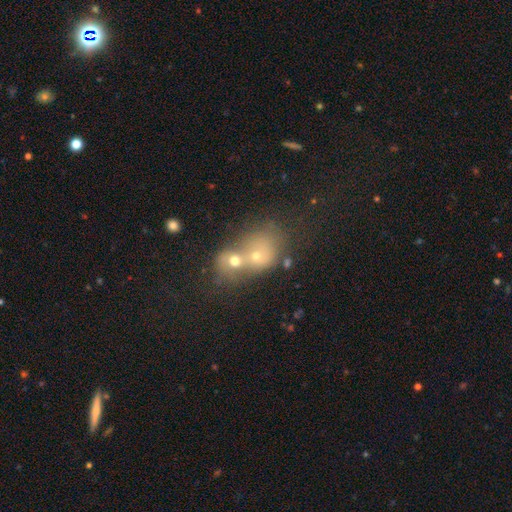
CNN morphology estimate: A smooth galaxy with no disk features (54%) that is round (57%). Merging: merger (74%).